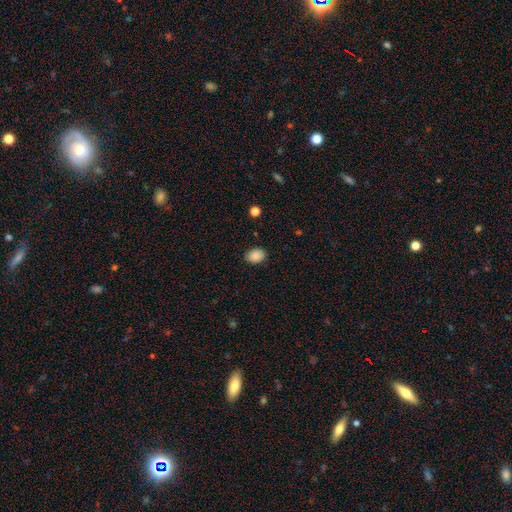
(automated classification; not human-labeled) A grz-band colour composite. It shows a smooth galaxy with no disk features (87%) that is in between round and cigar-shaped (70%). Merging: none (86%).